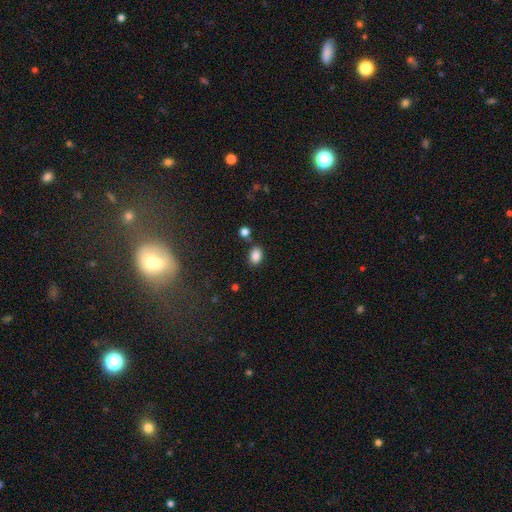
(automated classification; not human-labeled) A smooth galaxy with no disk features (86%) that is in between round and cigar-shaped (78%). Merging: none (76%).